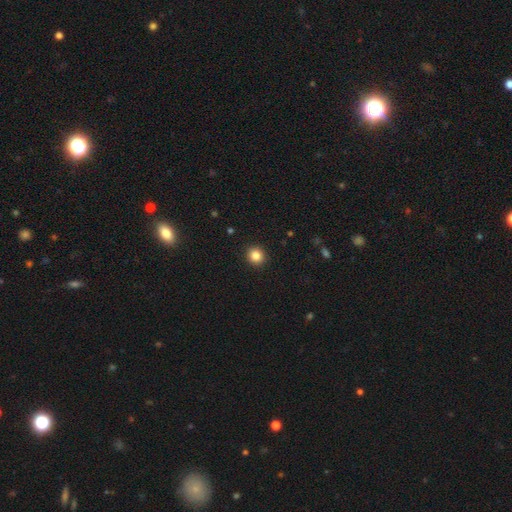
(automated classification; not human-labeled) Overall: smooth (85%). How rounded: round (91%). Merging: none (93%).